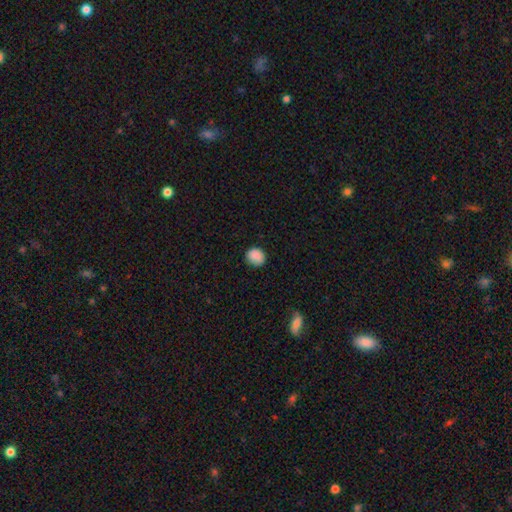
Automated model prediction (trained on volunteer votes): smooth_or_featured: smooth (p=0.88) [alt: star or artifact p=0.09]
how_rounded: round (p=0.73) [alt: in between p=0.26]
merging: none (p=0.82) [alt: minor disturbance p=0.14]